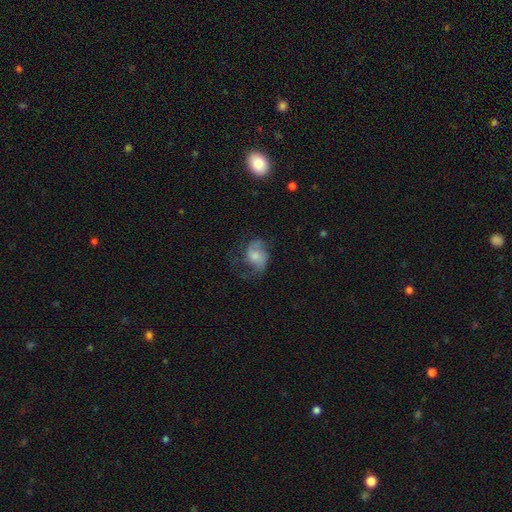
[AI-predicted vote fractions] Smooth or featured? featured or disk (47%)
Merging? none (43%)